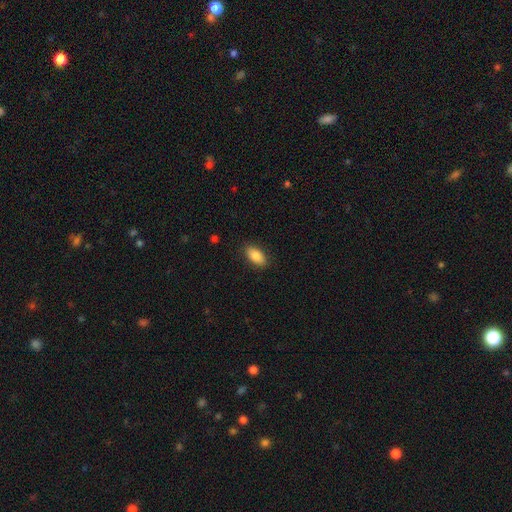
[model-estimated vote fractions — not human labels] The model was most divided on "merging": none: 87%, minor disturbance: 9%, major disturbance: 2%, merger: 1%. More confident: how rounded — in between (91%); smooth or featured — smooth (86%).